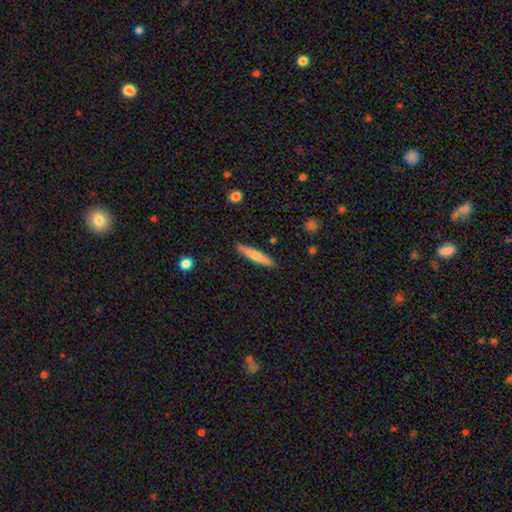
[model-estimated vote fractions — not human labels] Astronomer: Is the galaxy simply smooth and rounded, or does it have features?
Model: smooth — 57% (runner-up: featured or disk, 37%).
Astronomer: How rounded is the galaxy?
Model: cigar-shaped — 90%.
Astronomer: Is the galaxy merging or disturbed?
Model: none — 89%.